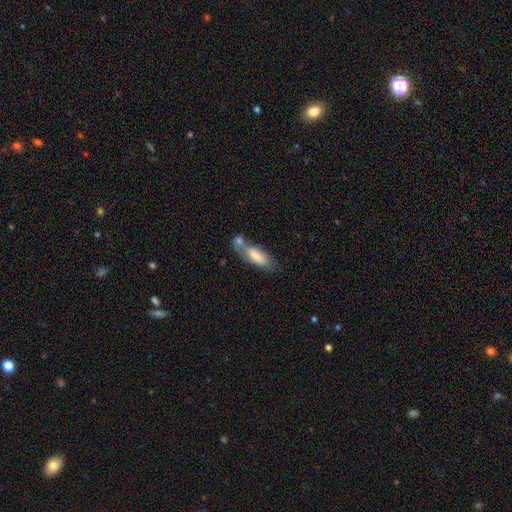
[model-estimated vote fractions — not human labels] Smooth or featured?
  - smooth: 68% *
  - featured or disk: 26%
  - star or artifact: 6%
How rounded?
  - in between: 67% *
  - cigar-shaped: 31%
  - round: 2%
Merging?
  - merger: 41% *
  - none: 35%
  - minor disturbance: 16%
  - major disturbance: 7%